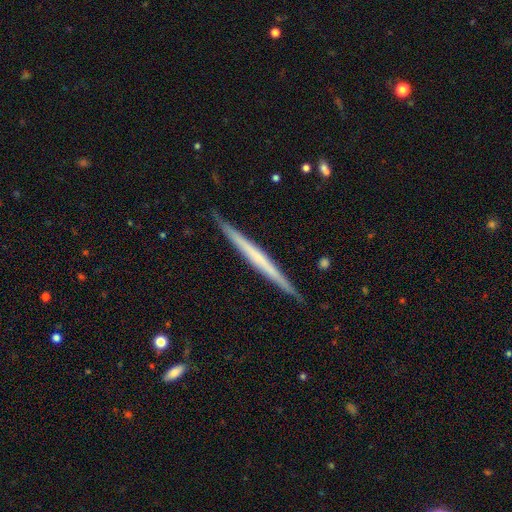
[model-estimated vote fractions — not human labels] This is likely a featured or disk galaxy (61%). It is clearly viewed edge-on (98%). Edge-on bulge: clearly none (81%). Merging: clearly none (90%).